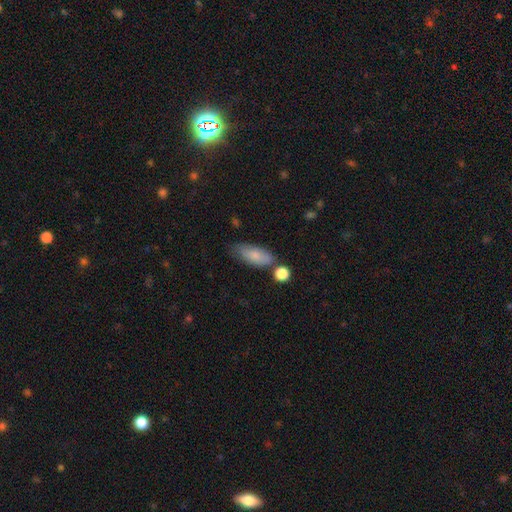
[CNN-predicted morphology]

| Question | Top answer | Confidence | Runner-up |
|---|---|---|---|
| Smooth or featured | smooth | 81% | featured or disk (12%) |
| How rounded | in between | 81% | cigar-shaped (16%) |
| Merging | none | 59% | minor disturbance (25%) |